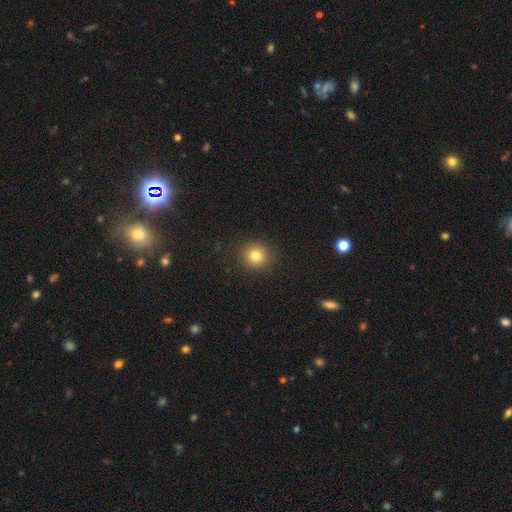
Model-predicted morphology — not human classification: Q: Smooth or featured?
A: smooth (80%); runner-up: star or artifact (12%)
Q: How rounded?
A: round (90%); runner-up: in between (9%)
Q: Merging?
A: none (90%); runner-up: minor disturbance (7%)